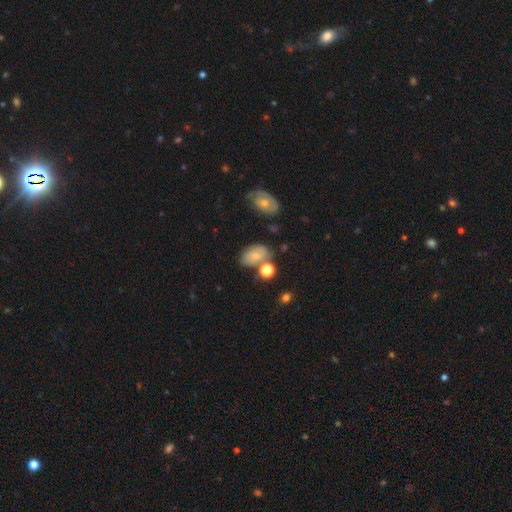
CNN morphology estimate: Smooth or featured? Predicted: smooth (p=0.64). How rounded? Predicted: in between (p=0.79). Merging? Predicted: none (p=0.54).